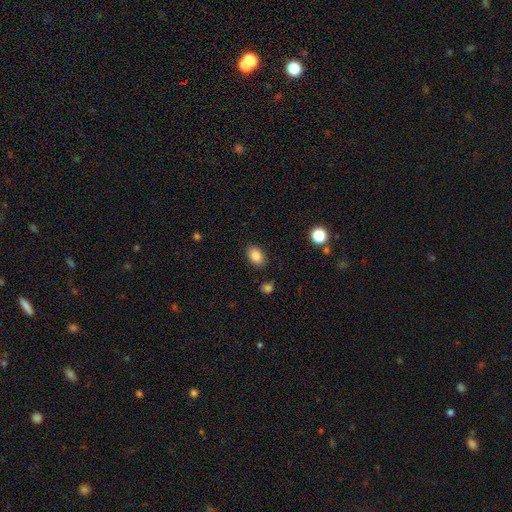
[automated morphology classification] Smooth or featured: smooth — 86% (star or artifact — 9%)
How rounded: in between — 84% (round — 15%)
Merging: none — 86% (minor disturbance — 10%)